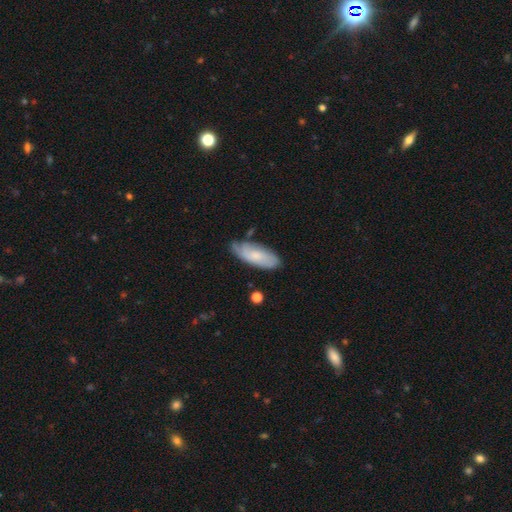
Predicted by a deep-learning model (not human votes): Smooth or featured? Predicted: smooth (p=0.62). How rounded? Predicted: in between (p=0.78). Merging? Predicted: none (p=0.65).